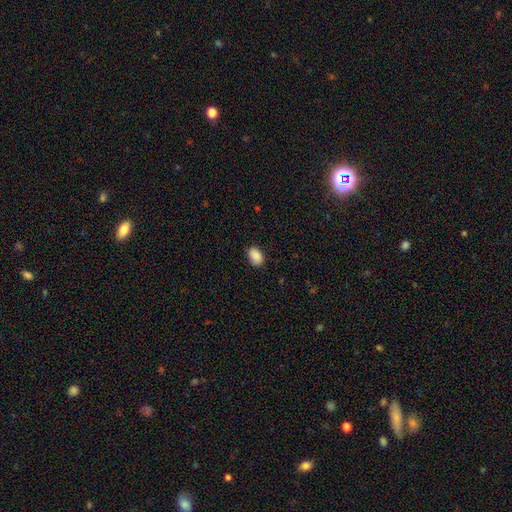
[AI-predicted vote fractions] Smooth or featured? Predicted: smooth (p=0.89). How rounded? Predicted: in between (p=0.86). Merging? Predicted: none (p=0.85).